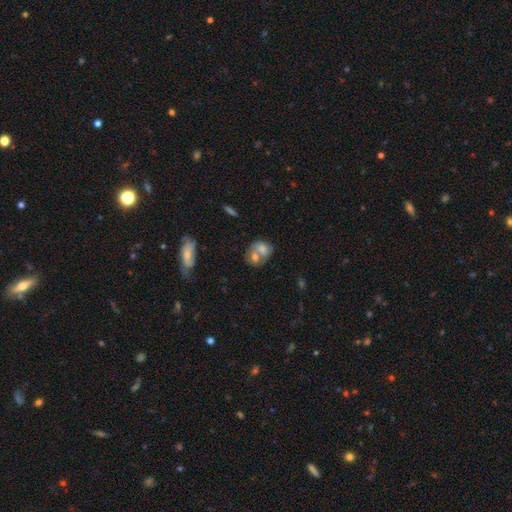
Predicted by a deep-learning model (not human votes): This appears to be a smooth galaxy with no disk features (57%) that is in between round and cigar-shaped (49%). Merging: merger (49%).